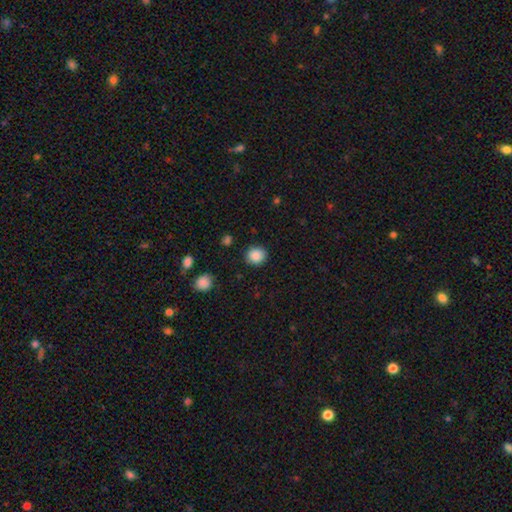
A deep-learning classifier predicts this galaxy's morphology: Overall: smooth (88%). How rounded: round (84%). Merging: none (88%).